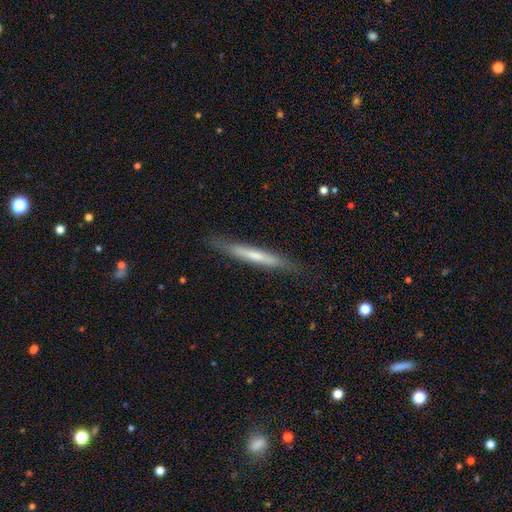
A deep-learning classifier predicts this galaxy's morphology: Smooth or featured?
  - smooth: 52% *
  - featured or disk: 42%
  - star or artifact: 6%
How rounded?
  - cigar-shaped: 96% *
  - in between: 3%
  - round: 1%
Merging?
  - none: 85% *
  - minor disturbance: 11%
  - major disturbance: 2%
  - merger: 1%